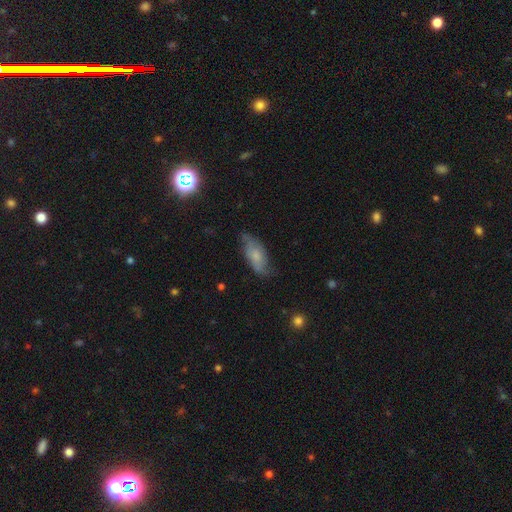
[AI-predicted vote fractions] Smooth or featured? smooth (51%)
How rounded? in between (82%)
Merging? none (62%)